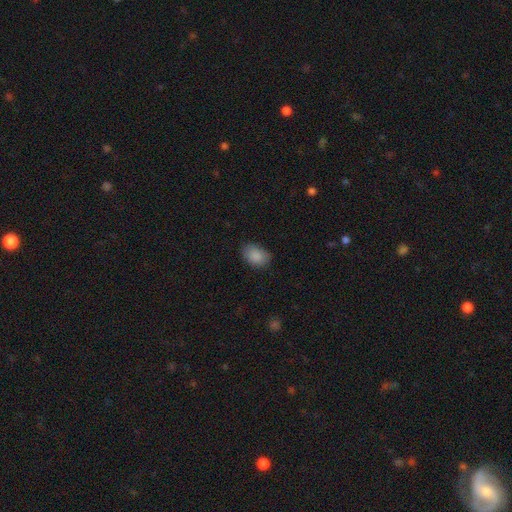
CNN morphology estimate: Smooth or featured? Predicted: smooth (p=0.88). How rounded? Predicted: in between (p=0.80). Merging? Predicted: none (p=0.78).